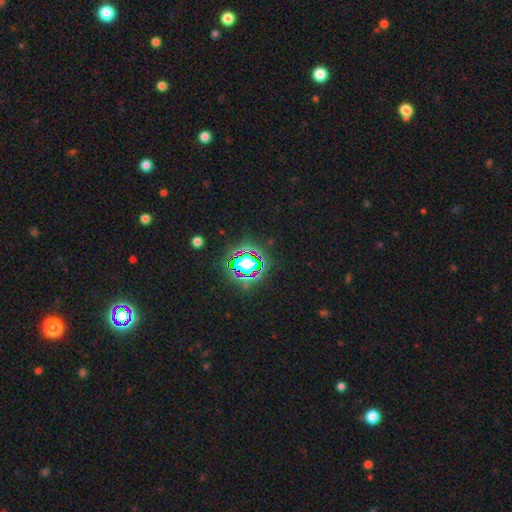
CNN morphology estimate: Smooth or featured? Predicted: star or artifact (p=0.83).